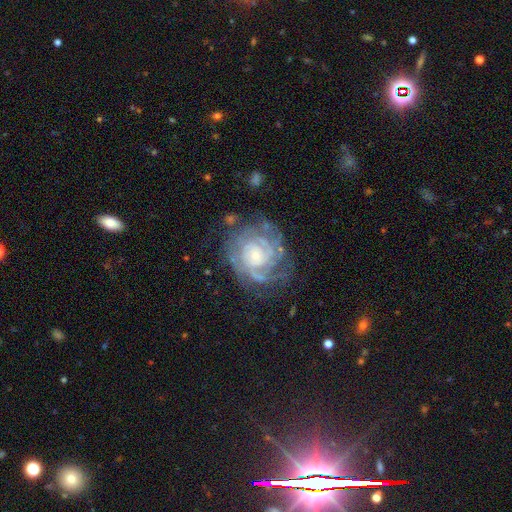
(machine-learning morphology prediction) type=featured or disk (84%); edge-on=no (98%); bar=no (76%); spiral arms=yes (92%); winding=tight (68%); arm count=can't tell (37%); bulge=small (70%); merging=none (66%).